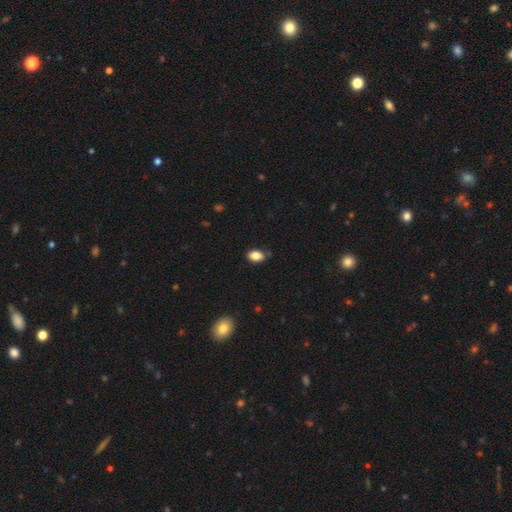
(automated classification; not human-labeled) Overall: smooth (85%). How rounded: in between (86%). Merging: none (79%).